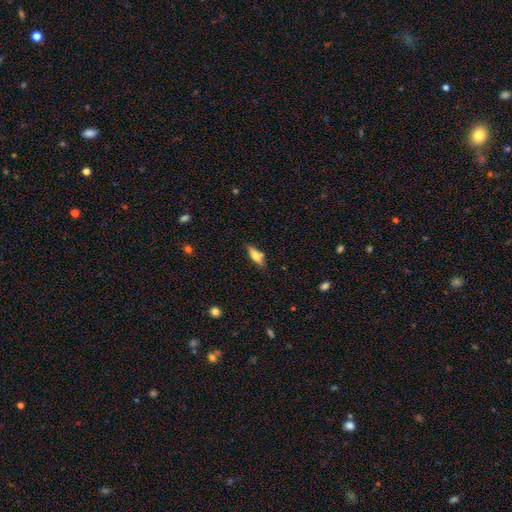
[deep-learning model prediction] Morphology: type=smooth (71%); roundness=in between (56%); merging=none (75%).